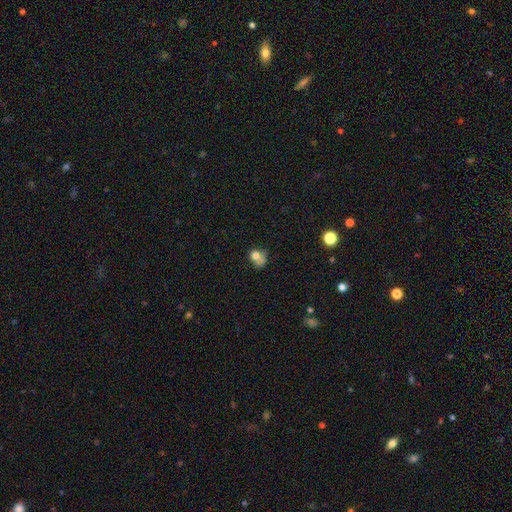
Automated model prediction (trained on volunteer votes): Smooth or featured?
  - smooth: 70% *
  - featured or disk: 16%
  - star or artifact: 13%
How rounded?
  - round: 62% *
  - in between: 37%
  - cigar-shaped: 1%
Merging?
  - none: 34% *
  - minor disturbance: 25%
  - merger: 22%
  - major disturbance: 19%